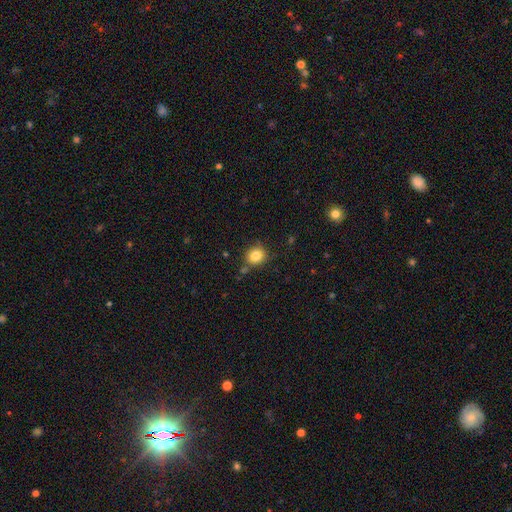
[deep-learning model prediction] Smooth or featured: smooth — 84% (star or artifact — 10%)
How rounded: round — 70% (in between — 29%)
Merging: none — 76% (minor disturbance — 15%)